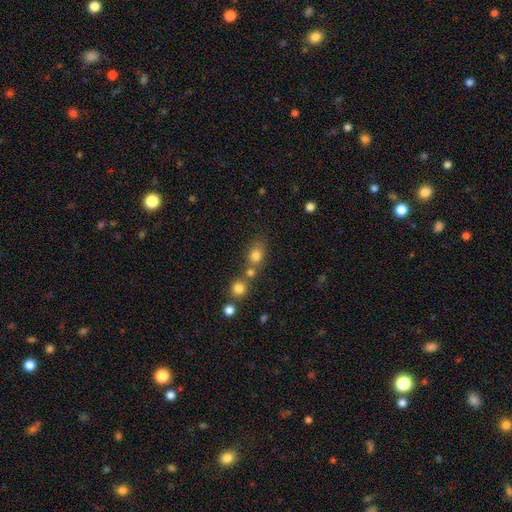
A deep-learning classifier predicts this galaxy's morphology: Smooth or featured? smooth (78%)
How rounded? in between (52%)
Merging? none (51%)